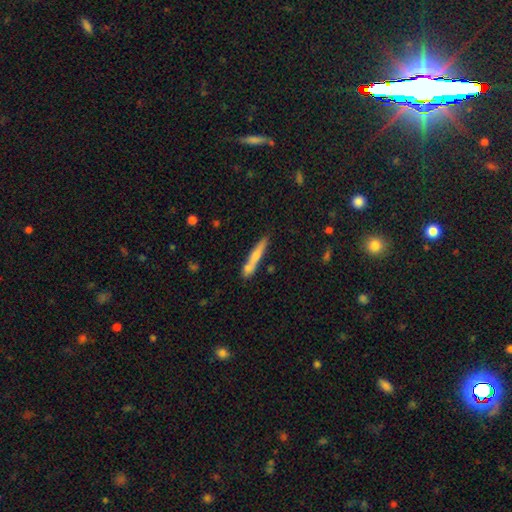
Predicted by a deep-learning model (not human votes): Smooth or featured?
  - smooth: 53% *
  - featured or disk: 39%
  - star or artifact: 8%
How rounded?
  - cigar-shaped: 93% *
  - in between: 5%
  - round: 2%
Merging?
  - none: 72% *
  - minor disturbance: 13%
  - merger: 13%
  - major disturbance: 3%